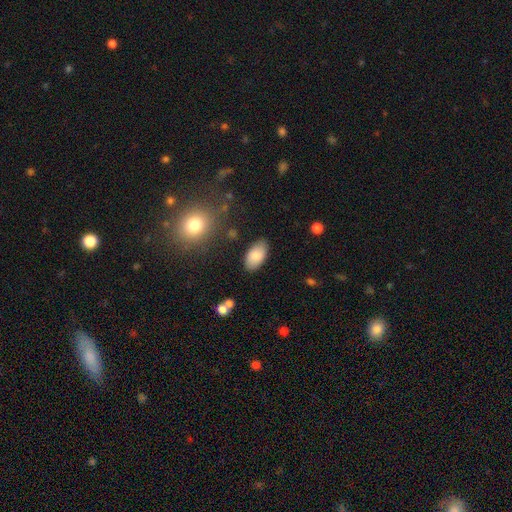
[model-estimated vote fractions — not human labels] The model was most divided on "smooth or featured": smooth: 83%, featured or disk: 10%, star or artifact: 7%. More confident: how rounded — in between (95%); merging — none (84%).